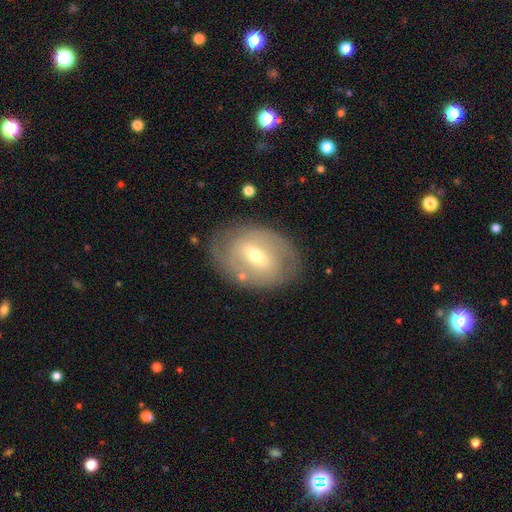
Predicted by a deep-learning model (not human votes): Smooth or featured? featured or disk (59%)
Edge-on disk? no (92%)
Bar? weak (49%)
Spiral arms? no (52%)
Bulge size? moderate (58%)
Merging? none (77%)